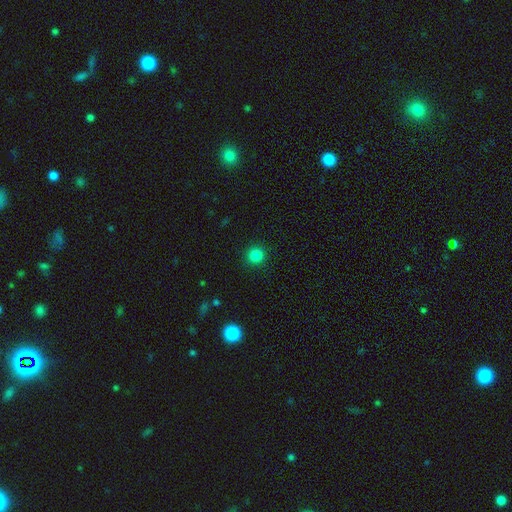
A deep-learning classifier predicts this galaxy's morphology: This appears to be a smooth galaxy with no disk features (83%) that is round (94%). Merging: none (92%).